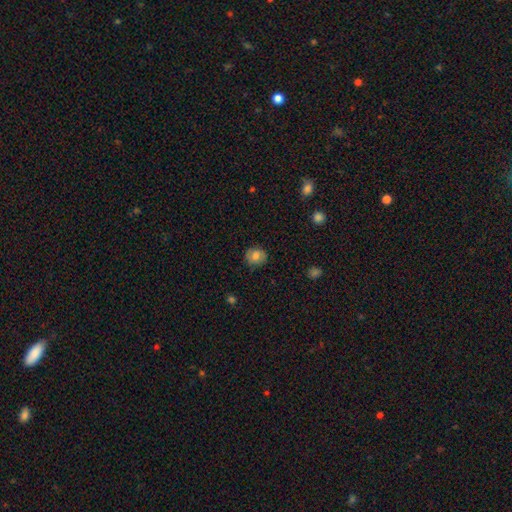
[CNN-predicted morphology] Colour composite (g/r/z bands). It shows a smooth galaxy with no disk features (78%) that is round (75%). Merging: none (83%).